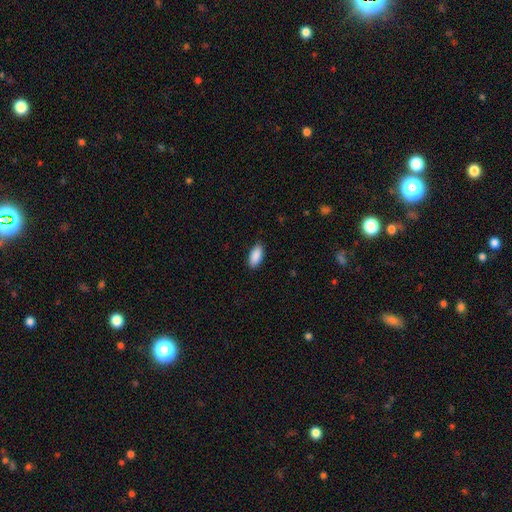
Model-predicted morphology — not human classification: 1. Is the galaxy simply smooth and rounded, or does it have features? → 91% smooth, 6% star or artifact, 3% featured or disk.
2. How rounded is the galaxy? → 92% in between, 6% cigar-shaped, 2% round.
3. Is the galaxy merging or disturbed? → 89% none, 8% minor disturbance, 2% major disturbance, 1% merger.